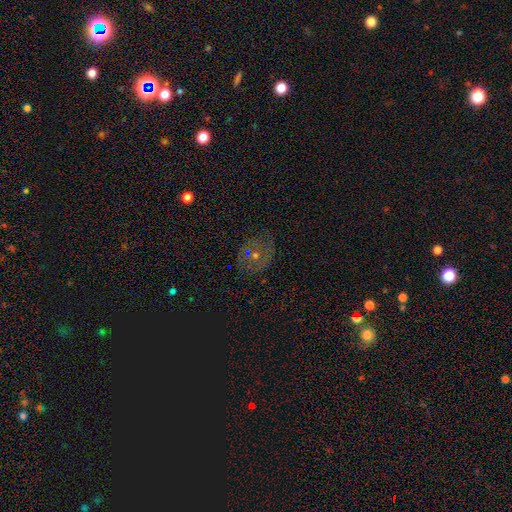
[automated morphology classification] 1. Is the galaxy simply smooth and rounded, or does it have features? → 43% featured or disk, 34% smooth, 23% star or artifact.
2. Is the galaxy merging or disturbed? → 69% none, 18% minor disturbance, 10% major disturbance, 3% merger.